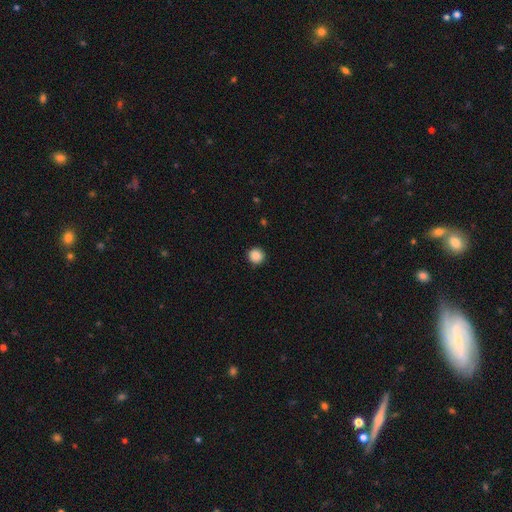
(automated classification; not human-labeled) Overall: smooth (88%). How rounded: round (94%). Merging: none (93%).